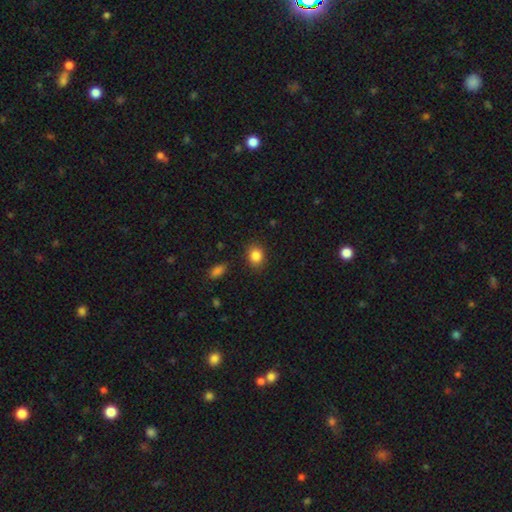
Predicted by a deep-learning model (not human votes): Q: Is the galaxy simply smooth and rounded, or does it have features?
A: smooth — 86%.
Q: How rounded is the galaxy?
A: round — 59%.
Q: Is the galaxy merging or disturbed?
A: none — 87%.